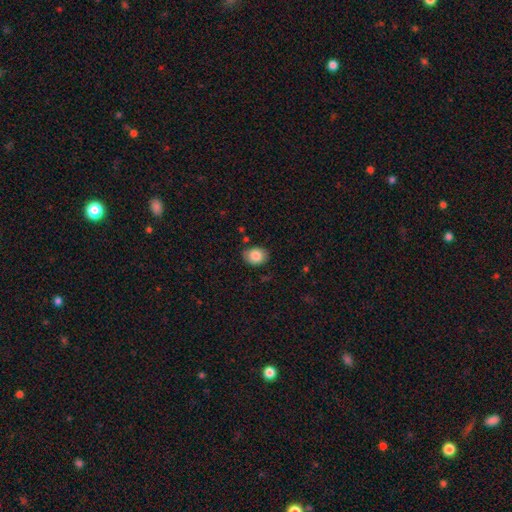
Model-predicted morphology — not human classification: smooth-or-featured: smooth: 85% | star or artifact: 8% | featured or disk: 7%
  how-rounded: in between: 55% | round: 44% | cigar-shaped: 1%
  merging: none: 80% | minor disturbance: 15% | major disturbance: 3% | merger: 2%